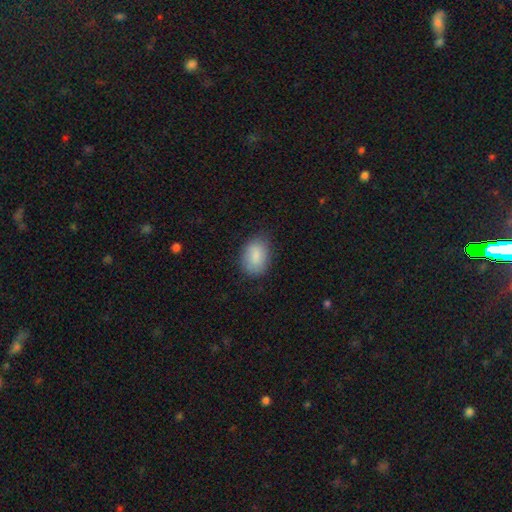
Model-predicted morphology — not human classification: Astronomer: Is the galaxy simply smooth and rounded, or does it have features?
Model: smooth — 85%.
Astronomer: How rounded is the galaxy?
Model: in between — 84%.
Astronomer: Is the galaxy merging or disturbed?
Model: none — 79%.